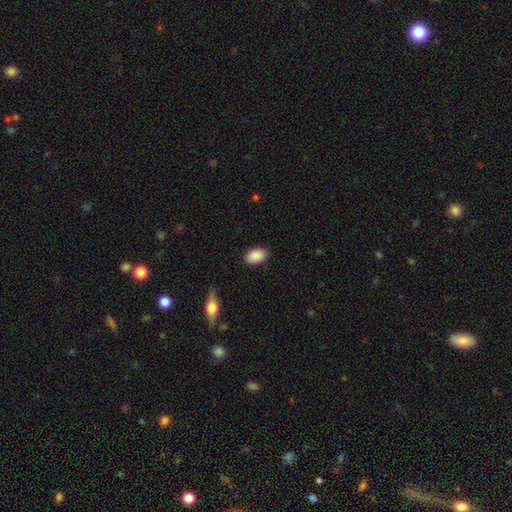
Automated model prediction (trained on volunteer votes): A smooth galaxy with no disk features (90%) that is in between round and cigar-shaped (92%). Merging: none (86%).